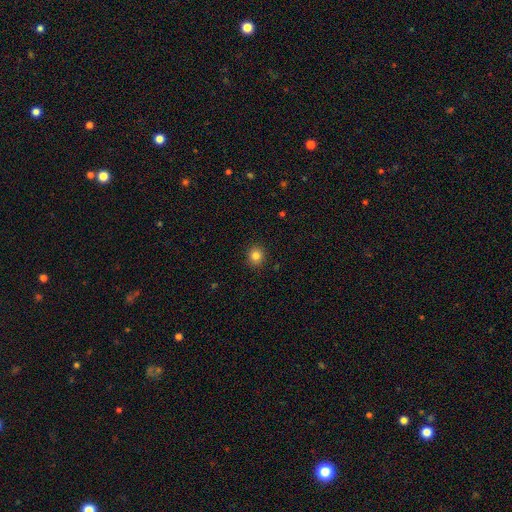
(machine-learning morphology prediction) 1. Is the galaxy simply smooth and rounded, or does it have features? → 83% smooth, 12% star or artifact, 5% featured or disk.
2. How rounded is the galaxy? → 87% round, 13% in between, 1% cigar-shaped.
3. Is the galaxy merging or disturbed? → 91% none, 6% minor disturbance, 2% major disturbance, 1% merger.